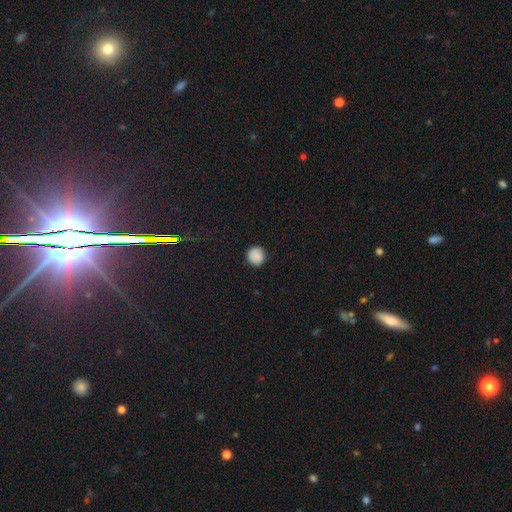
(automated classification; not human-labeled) Smooth or featured? Predicted: smooth (p=0.87). How rounded? Predicted: round (p=0.94). Merging? Predicted: none (p=0.89).